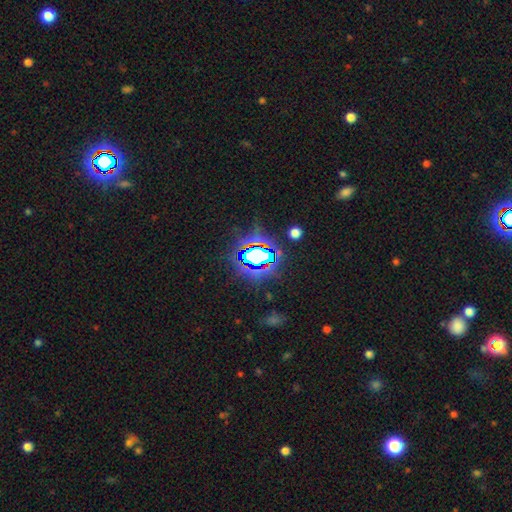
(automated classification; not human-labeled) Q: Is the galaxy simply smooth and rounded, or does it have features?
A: star or artifact — 70%.